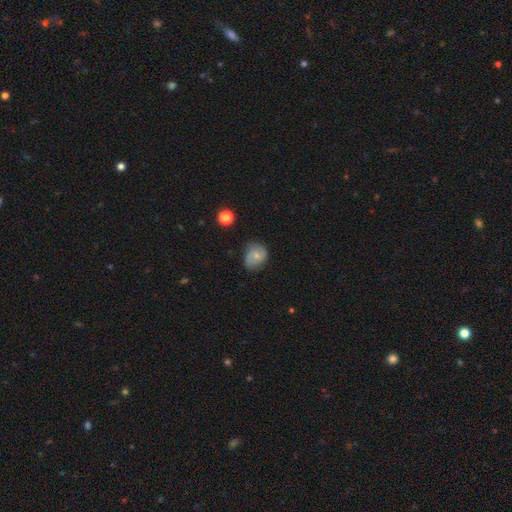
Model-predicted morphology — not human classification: type=smooth (54%); roundness=round (58%); merging=none (62%).